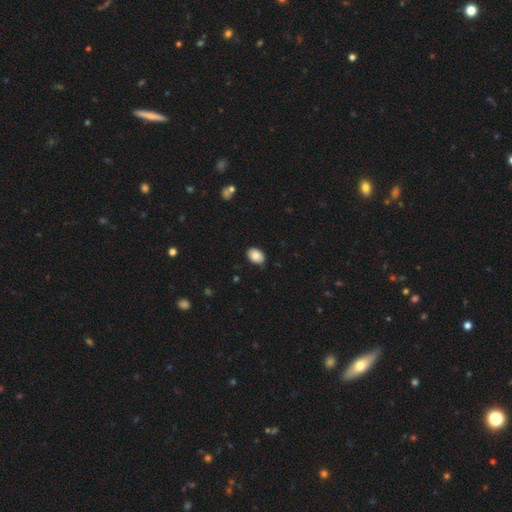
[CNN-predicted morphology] The model was most divided on "how rounded": in between: 81%, round: 18%, cigar-shaped: 1%. More confident: merging — none (86%); smooth or featured — smooth (86%).